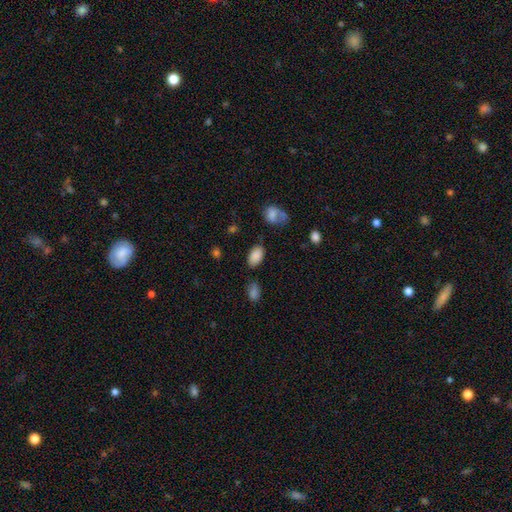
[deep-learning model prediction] Morphology: type=smooth (86%); roundness=in between (93%); merging=none (75%).